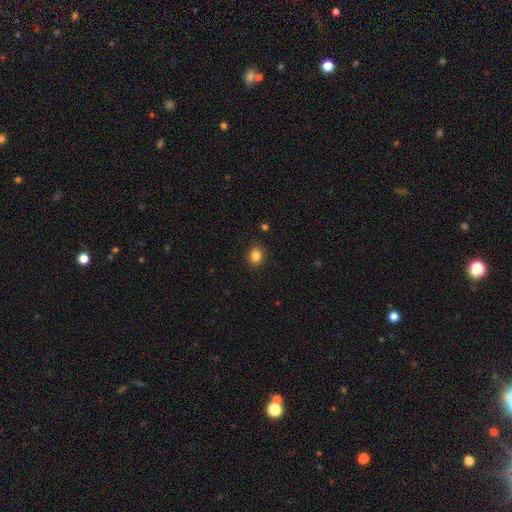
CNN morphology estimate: This appears to be a smooth galaxy with no disk features (83%) that is round (78%). Merging: none (91%).